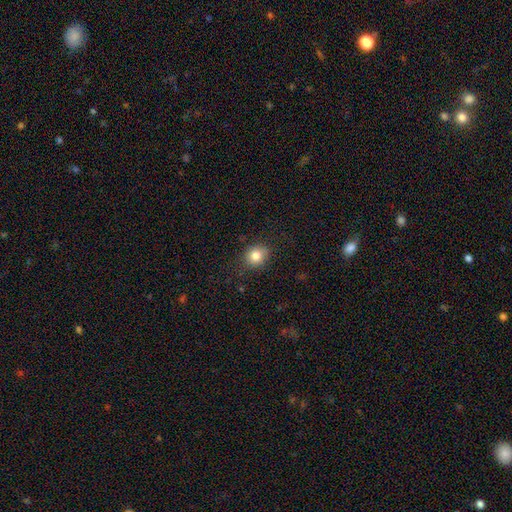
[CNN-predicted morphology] The model was most divided on "how rounded": round: 70%, in between: 29%, cigar-shaped: 1%. More confident: merging — none (82%); smooth or featured — smooth (82%).